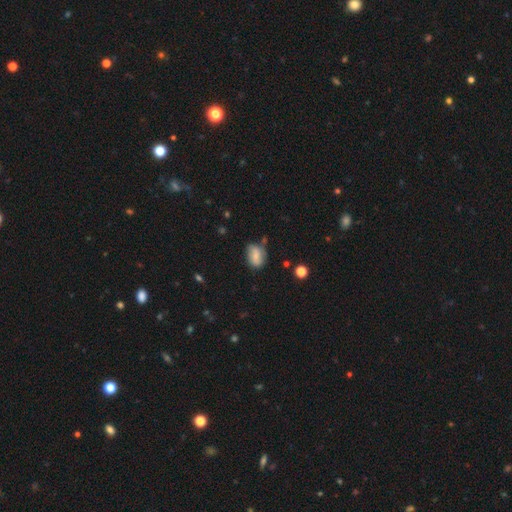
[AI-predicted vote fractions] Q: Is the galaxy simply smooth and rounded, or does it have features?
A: smooth — 69%.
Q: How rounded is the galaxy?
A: in between — 76%.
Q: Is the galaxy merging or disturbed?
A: none — 59%.